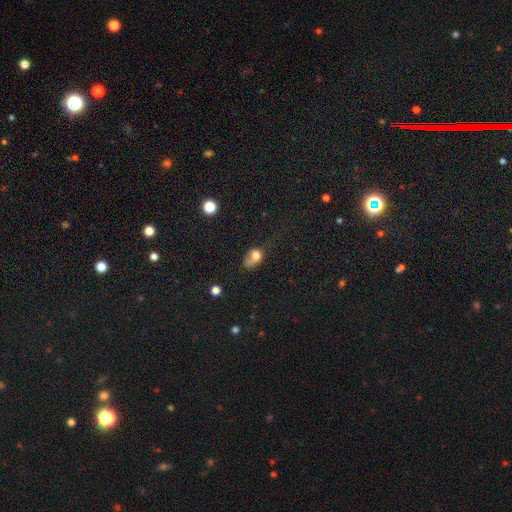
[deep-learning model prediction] Smooth or featured? smooth (72%)
How rounded? in between (65%)
Merging? major disturbance (34%)